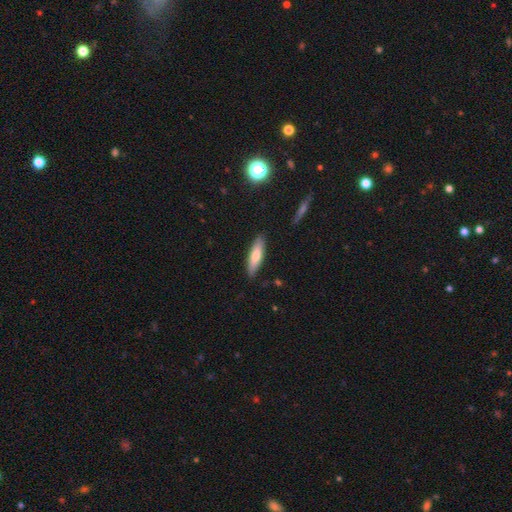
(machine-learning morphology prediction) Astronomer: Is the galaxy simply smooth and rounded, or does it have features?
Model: smooth — 71%.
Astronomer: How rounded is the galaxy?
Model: cigar-shaped — 65%.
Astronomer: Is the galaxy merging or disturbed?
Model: none — 87%.